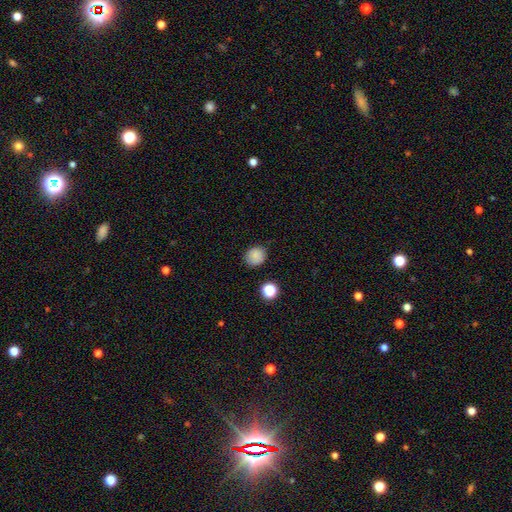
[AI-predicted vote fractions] This is clearly a smooth galaxy (84%). How rounded: likely round (79%). Merging: clearly none (82%).